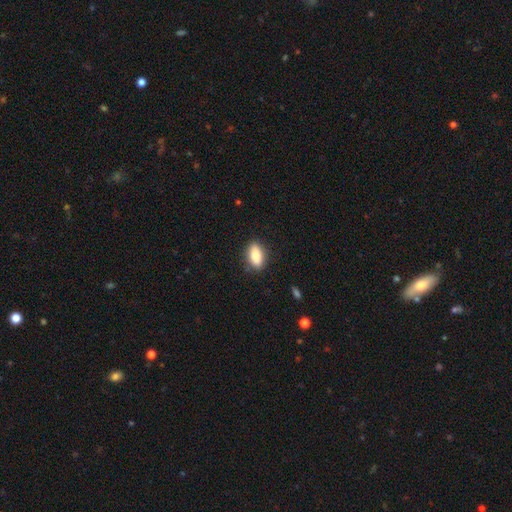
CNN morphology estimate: Smooth or featured? smooth (85%)
How rounded? in between (87%)
Merging? none (86%)